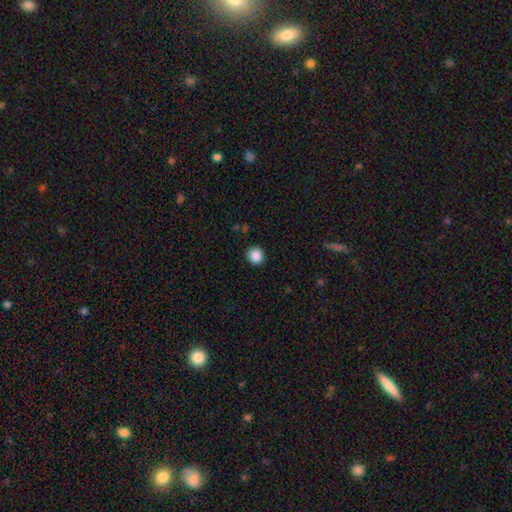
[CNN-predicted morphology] Smooth or featured? smooth (87%)
How rounded? round (92%)
Merging? none (91%)